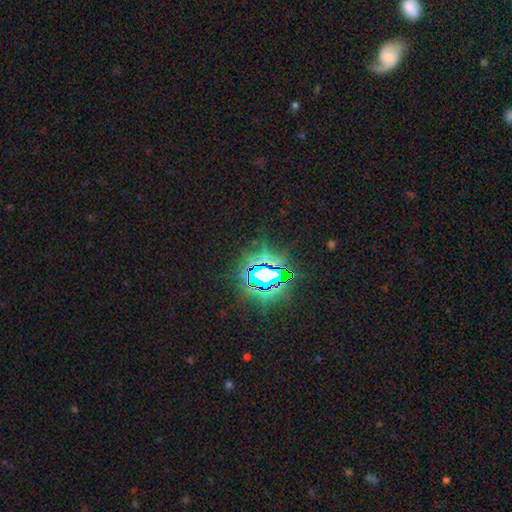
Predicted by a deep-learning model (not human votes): Smooth or featured? Predicted: star or artifact (p=0.84).